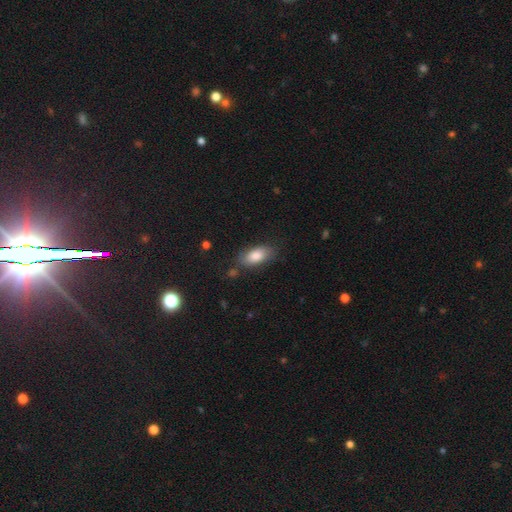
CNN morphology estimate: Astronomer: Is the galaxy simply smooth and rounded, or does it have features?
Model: smooth — 81%.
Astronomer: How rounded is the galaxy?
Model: in between — 87%.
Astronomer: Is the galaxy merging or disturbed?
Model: none — 75%.